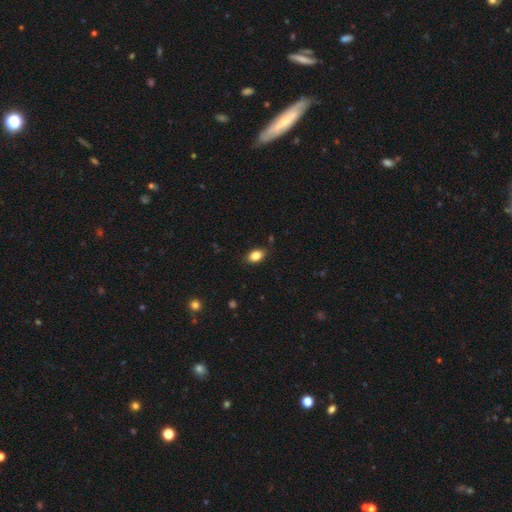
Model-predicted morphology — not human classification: smooth 85%, star or artifact 9%, featured or disk 6%. Down the decision tree: how rounded — in between (85%); merging — none (86%).